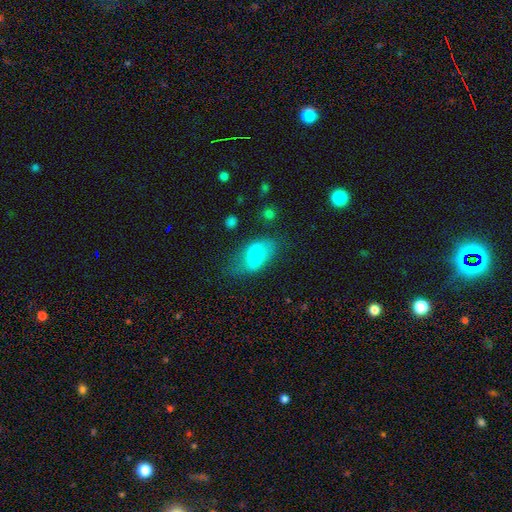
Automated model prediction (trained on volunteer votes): A smooth galaxy with no disk features (67%) that is in between round and cigar-shaped (90%). Merging: none (51%).